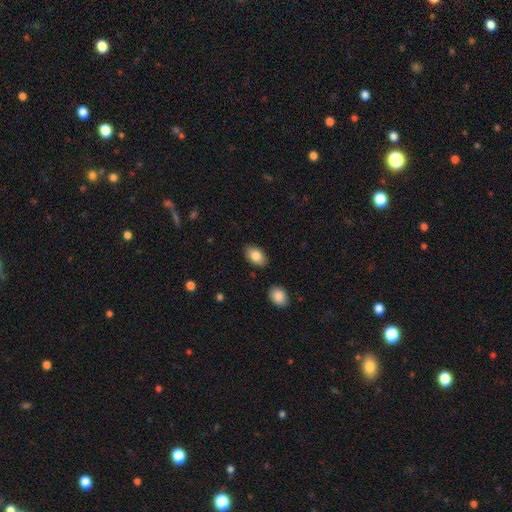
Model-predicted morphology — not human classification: Q: Smooth or featured?
A: smooth (84%); runner-up: featured or disk (9%)
Q: How rounded?
A: in between (91%); runner-up: round (7%)
Q: Merging?
A: none (86%); runner-up: minor disturbance (10%)